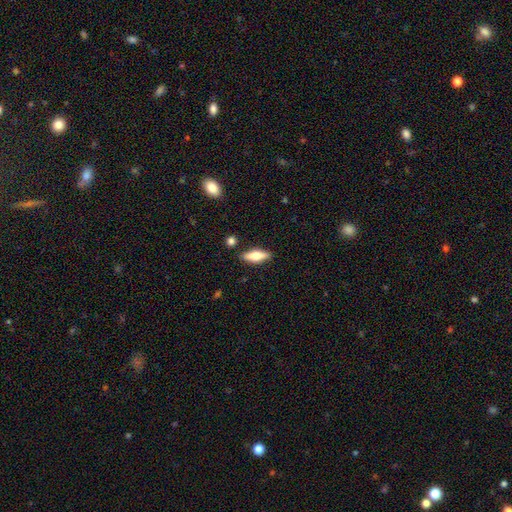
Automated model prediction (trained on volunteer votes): A smooth galaxy with no disk features (57%) that is in between round and cigar-shaped (53%). Merging: none (86%).